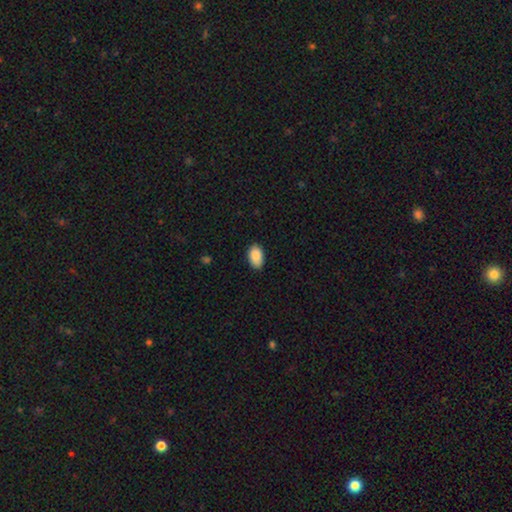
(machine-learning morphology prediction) A smooth galaxy with no disk features (89%) that is in between round and cigar-shaped (93%).

Vote fractions:
- Smooth or featured? smooth: 89% / star or artifact: 7% / featured or disk: 4%
- How rounded? in between: 93% / round: 5% / cigar-shaped: 1%
- Merging? none: 86% / minor disturbance: 11% / major disturbance: 2% / merger: 1%